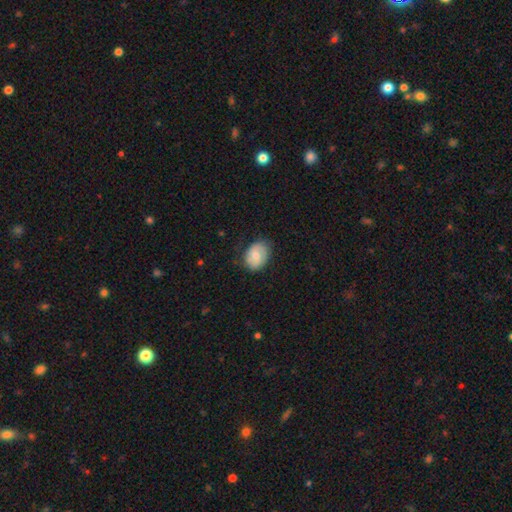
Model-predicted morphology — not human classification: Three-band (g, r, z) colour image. It shows a smooth galaxy with no disk features (67%) that is in between round and cigar-shaped (68%). Merging: none (75%).